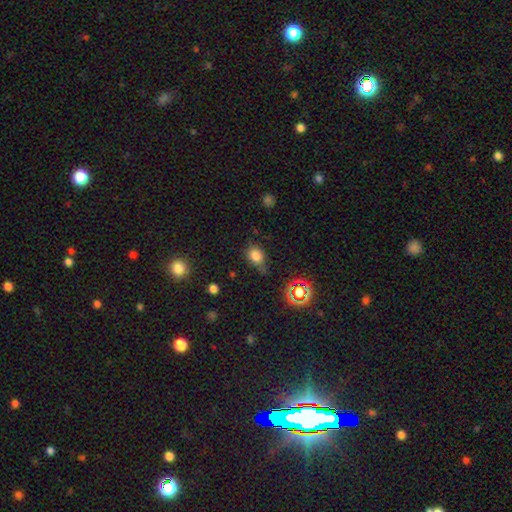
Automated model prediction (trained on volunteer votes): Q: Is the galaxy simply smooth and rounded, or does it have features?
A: smooth — 77%.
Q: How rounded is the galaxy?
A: in between — 51%.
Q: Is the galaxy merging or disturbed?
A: none — 60%.